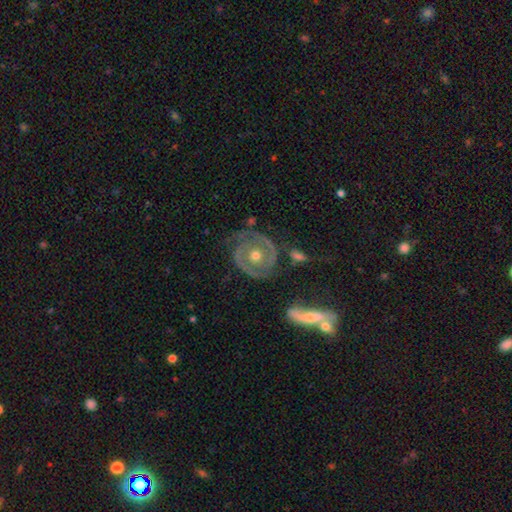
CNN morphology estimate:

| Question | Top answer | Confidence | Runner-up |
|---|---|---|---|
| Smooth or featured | featured or disk | 87% | smooth (8%) |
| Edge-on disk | no | 97% | yes (3%) |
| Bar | no | 77% | weak (16%) |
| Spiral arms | yes | 91% | no (9%) |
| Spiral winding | tight | 64% | medium (28%) |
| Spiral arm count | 2 | 80% | can't tell (7%) |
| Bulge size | moderate | 70% | small (25%) |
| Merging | none | 69% | minor disturbance (18%) |